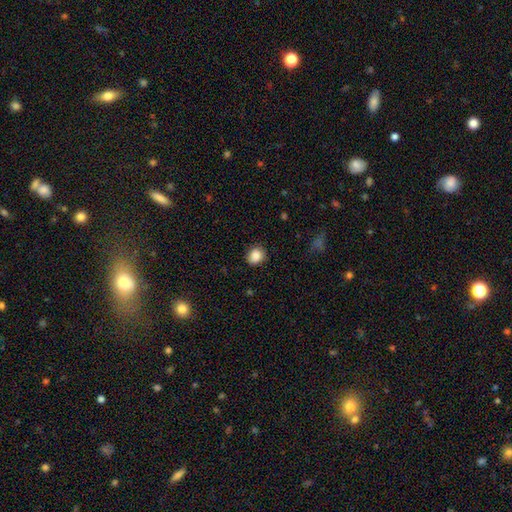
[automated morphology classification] Smooth or featured?
  - smooth: 87% *
  - star or artifact: 9%
  - featured or disk: 5%
How rounded?
  - round: 70% *
  - in between: 30%
  - cigar-shaped: 1%
Merging?
  - none: 83% *
  - minor disturbance: 13%
  - major disturbance: 3%
  - merger: 1%